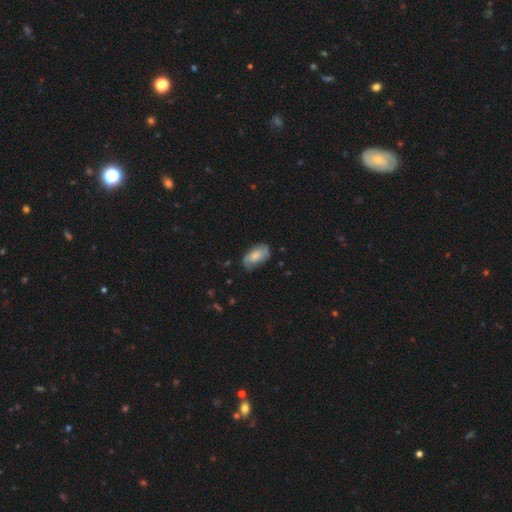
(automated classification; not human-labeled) Smooth or featured? featured or disk (55%)
Edge-on disk? no (95%)
Bar? no (65%)
Spiral arms? yes (88%)
Bulge size? moderate (35%)
Merging? none (67%)